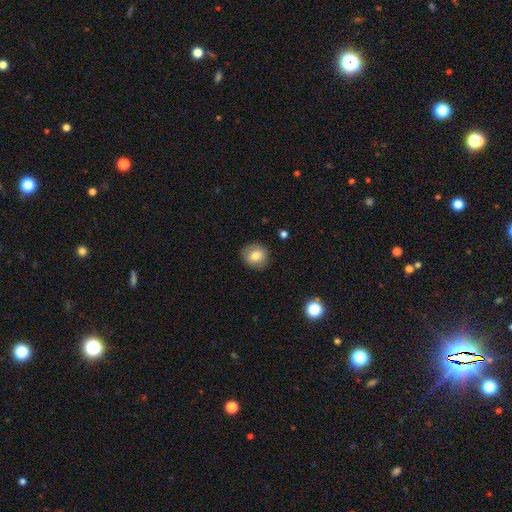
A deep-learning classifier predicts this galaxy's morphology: This appears to be a smooth galaxy with no disk features (79%) that is round (83%). Merging: none (86%).